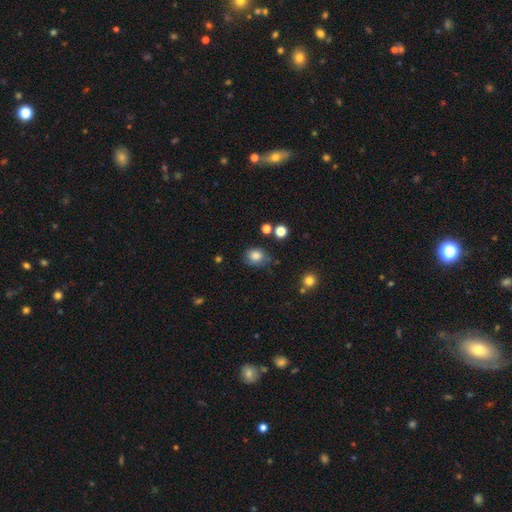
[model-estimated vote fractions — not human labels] This appears to be a smooth galaxy with no disk features (82%) that is round (66%). Merging: none (68%).